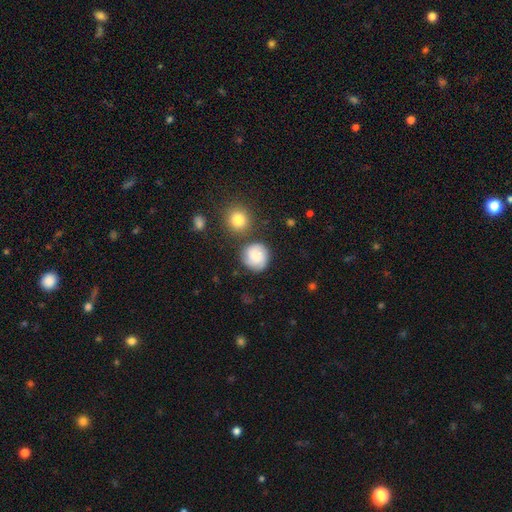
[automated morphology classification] The model was most divided on "smooth or featured": smooth: 67%, featured or disk: 25%, star or artifact: 9%. More confident: how rounded — round (90%); merging — none (73%).